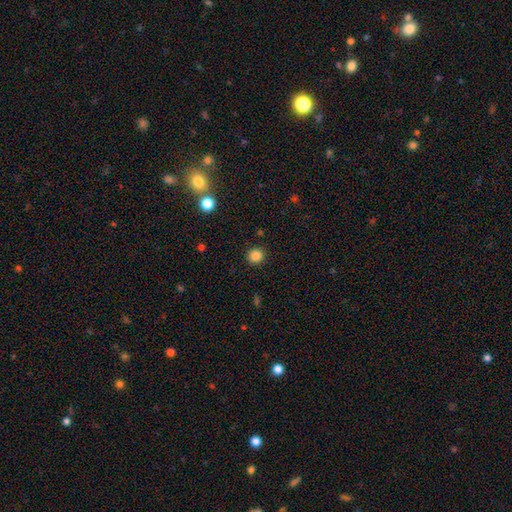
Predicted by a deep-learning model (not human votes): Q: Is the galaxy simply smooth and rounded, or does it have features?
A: smooth — 85%.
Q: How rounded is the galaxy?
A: round — 91%.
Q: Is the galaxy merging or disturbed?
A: none — 91%.